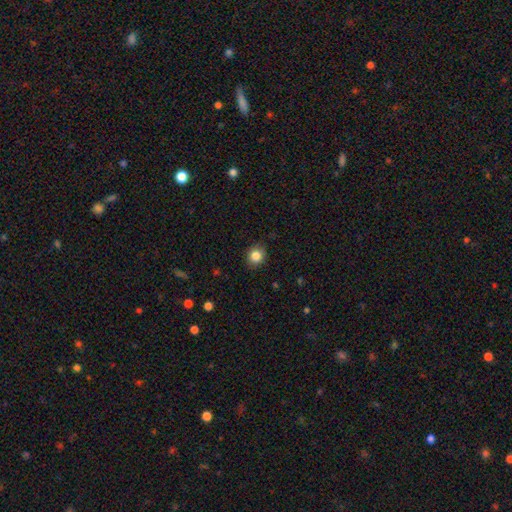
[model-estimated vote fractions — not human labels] Smooth or featured: smooth — 84% (star or artifact — 10%)
How rounded: round — 78% (in between — 21%)
Merging: none — 87% (minor disturbance — 9%)